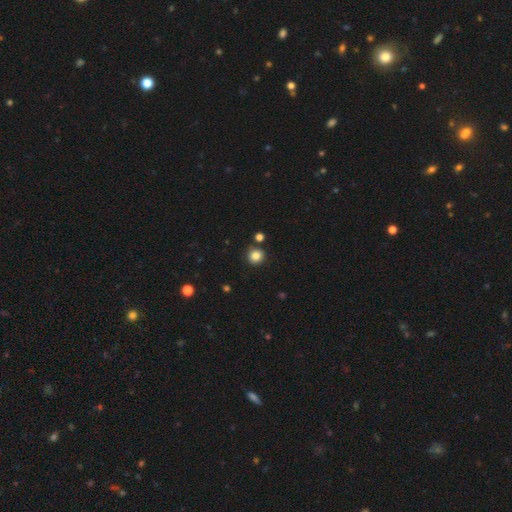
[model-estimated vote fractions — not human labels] A smooth galaxy with no disk features (84%) that is round (91%). Merging: none (85%).